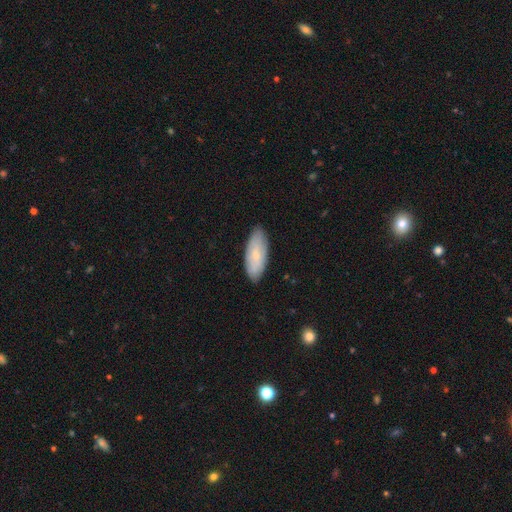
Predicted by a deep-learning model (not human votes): Smooth or featured?
  - smooth: 70% *
  - featured or disk: 25%
  - star or artifact: 6%
How rounded?
  - in between: 83% *
  - cigar-shaped: 16%
  - round: 2%
Merging?
  - none: 84% *
  - minor disturbance: 13%
  - major disturbance: 2%
  - merger: 1%